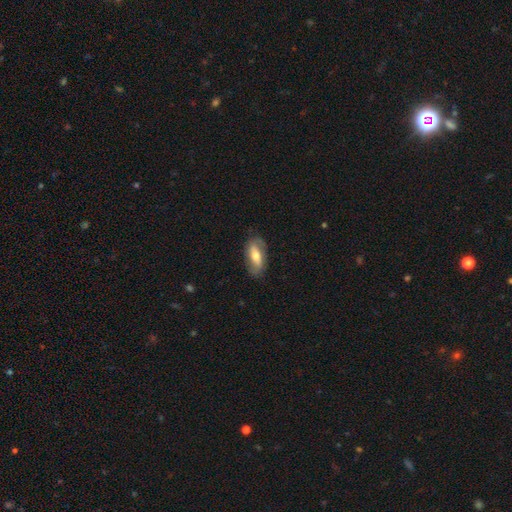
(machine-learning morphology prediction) A featured or disk galaxy (50%).

Vote fractions:
- Smooth or featured? featured or disk: 50% / smooth: 44% / star or artifact: 6%
- Merging? none: 79% / minor disturbance: 16% / major disturbance: 5% / merger: 1%